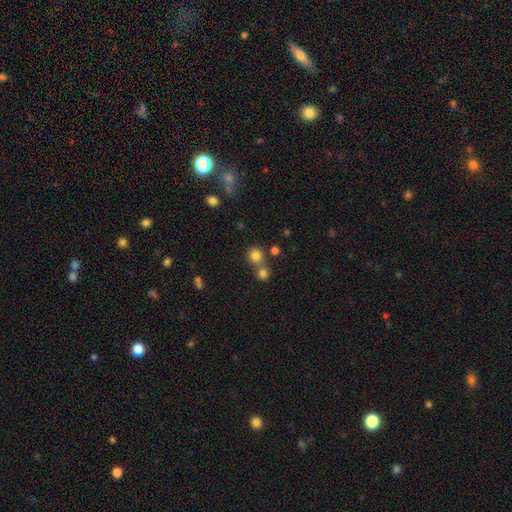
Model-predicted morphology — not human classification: type=smooth (79%); roundness=round (89%); merging=none (59%).